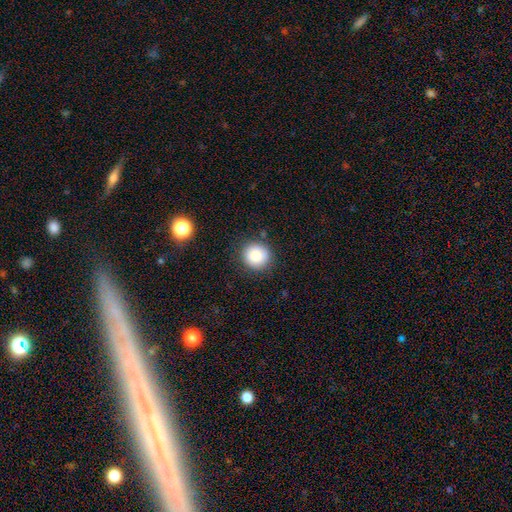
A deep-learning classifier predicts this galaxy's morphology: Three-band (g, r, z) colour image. It shows a smooth galaxy with no disk features (80%) that is round (93%). Merging: none (85%).